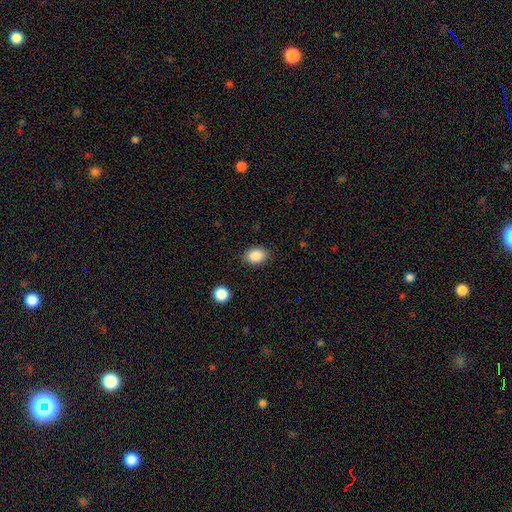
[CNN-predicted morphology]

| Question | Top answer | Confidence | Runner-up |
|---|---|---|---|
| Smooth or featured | smooth | 87% | star or artifact (8%) |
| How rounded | in between | 72% | round (27%) |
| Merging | none | 85% | minor disturbance (11%) |